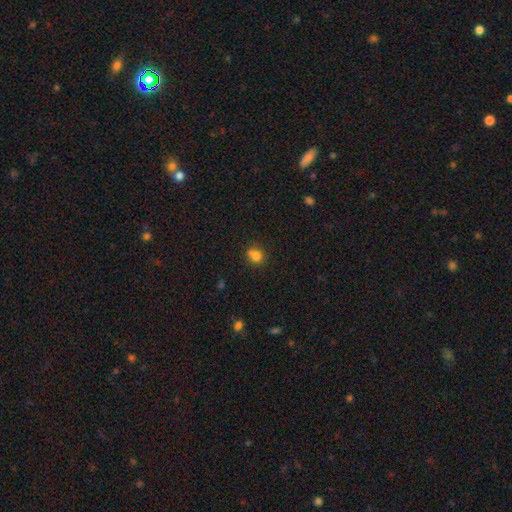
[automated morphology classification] smooth 79%, star or artifact 13%, featured or disk 8%. Down the decision tree: how rounded — round (77%); merging — none (61%).